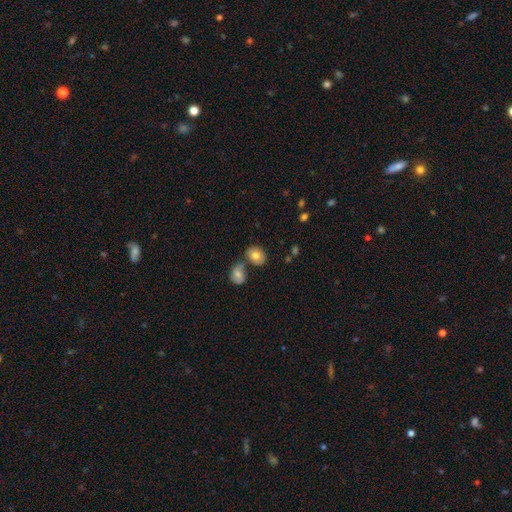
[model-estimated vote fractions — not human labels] Smooth or featured? smooth (77%)
How rounded? in between (61%)
Merging? none (54%)